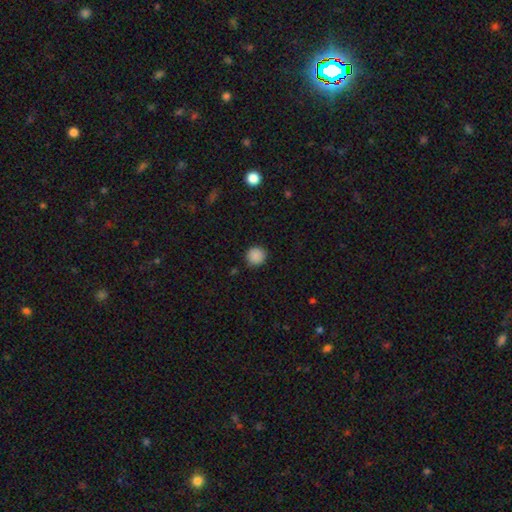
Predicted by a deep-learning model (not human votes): smooth_or_featured: smooth (p=0.88) [alt: star or artifact p=0.09]
how_rounded: round (p=0.93) [alt: in between p=0.06]
merging: none (p=0.90) [alt: minor disturbance p=0.07]